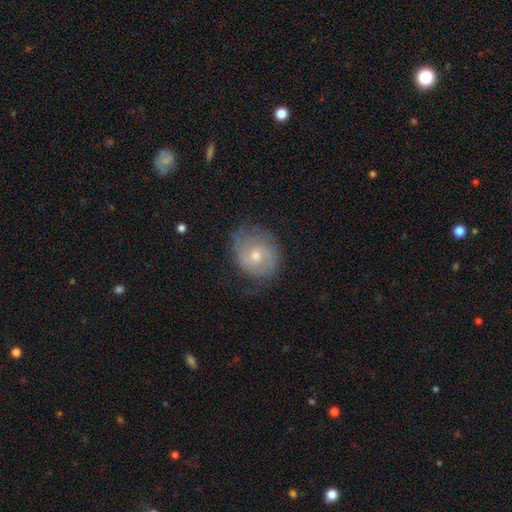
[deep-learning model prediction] Smooth or featured: featured or disk — 67% (smooth — 26%)
Edge-on disk: no — 97% (yes — 3%)
Bar: no — 60% (weak — 35%)
Spiral arms: yes — 87% (no — 13%)
Spiral winding: tight — 45% (medium — 39%)
Spiral arm count: 2 — 68% (can't tell — 20%)
Bulge size: moderate — 60% (small — 36%)
Merging: none — 70% (minor disturbance — 22%)